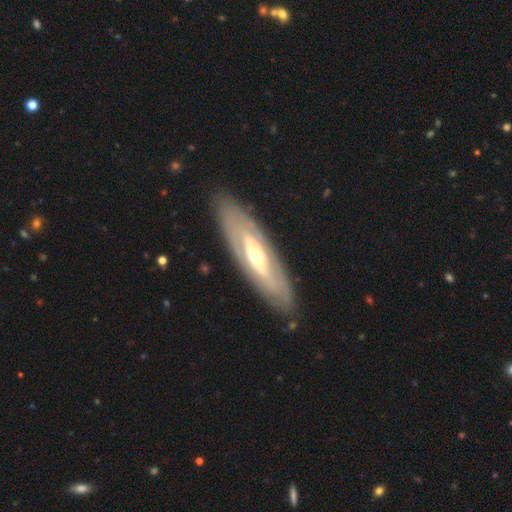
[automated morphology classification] Q: Smooth or featured?
A: featured or disk (75%); runner-up: smooth (20%)
Q: Edge-on disk?
A: no (68%); runner-up: yes (32%)
Q: Bar?
A: no (49%); runner-up: weak (30%)
Q: Spiral arms?
A: no (51%); runner-up: yes (49%)
Q: Bulge size?
A: moderate (59%); runner-up: small (34%)
Q: Merging?
A: none (86%); runner-up: minor disturbance (10%)